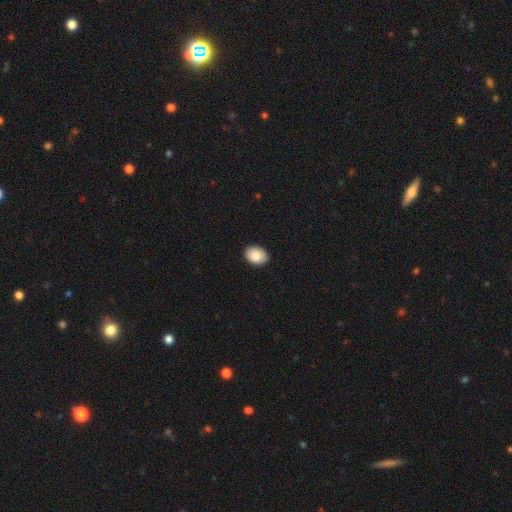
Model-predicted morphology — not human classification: Overall: smooth (88%). How rounded: in between (76%). Merging: none (90%).